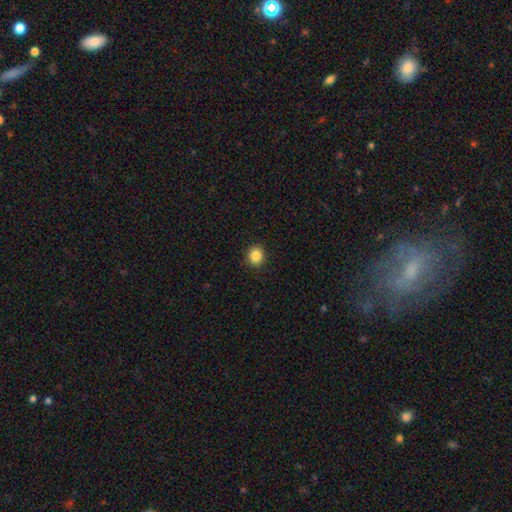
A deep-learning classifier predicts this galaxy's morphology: smooth 86%, star or artifact 10%, featured or disk 4%. Down the decision tree: how rounded — round (82%); merging — none (92%).